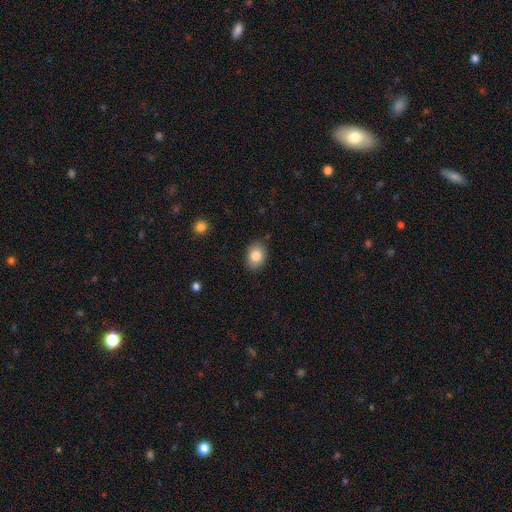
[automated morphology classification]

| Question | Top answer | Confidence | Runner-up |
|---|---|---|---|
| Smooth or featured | smooth | 84% | star or artifact (8%) |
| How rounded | in between | 64% | round (35%) |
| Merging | none | 84% | minor disturbance (12%) |